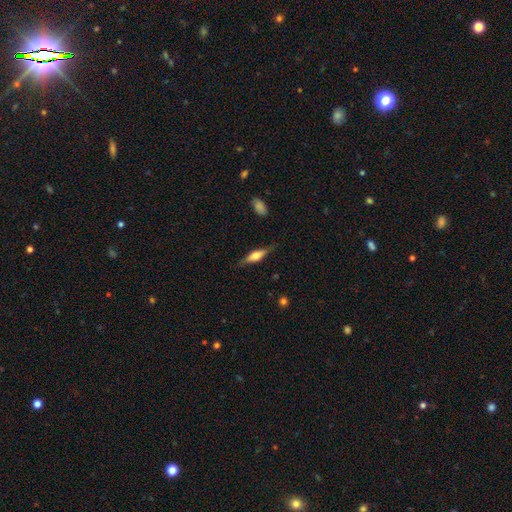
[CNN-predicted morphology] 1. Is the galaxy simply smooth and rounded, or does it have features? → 55% featured or disk, 39% smooth, 7% star or artifact.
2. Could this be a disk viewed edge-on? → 93% yes, 7% no.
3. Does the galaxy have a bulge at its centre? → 84% rounded, 13% boxy, 3% none.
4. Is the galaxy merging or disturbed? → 80% none, 14% minor disturbance, 4% major disturbance, 1% merger.